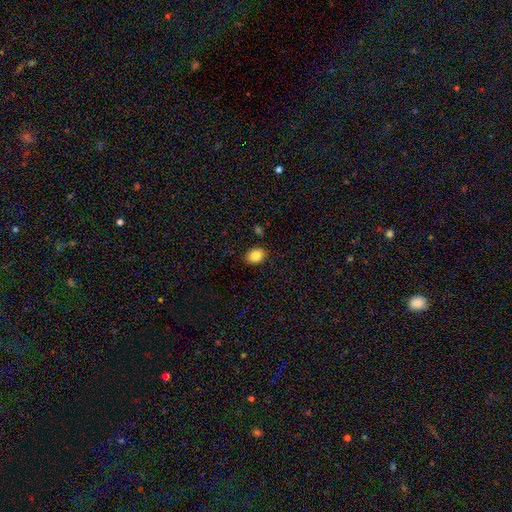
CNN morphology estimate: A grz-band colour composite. It shows a smooth galaxy with no disk features (85%) that is in between round and cigar-shaped (66%). Merging: none (86%).